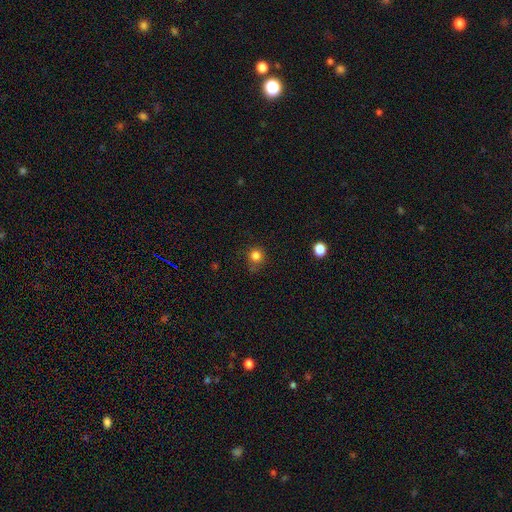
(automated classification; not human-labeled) Overall: smooth (82%). How rounded: round (90%). Merging: none (70%).